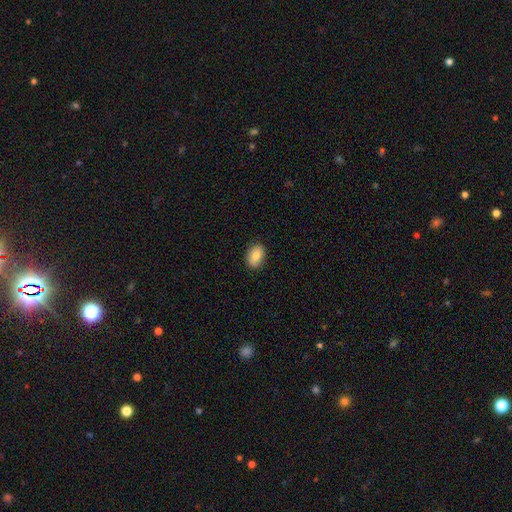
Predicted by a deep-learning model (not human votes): A smooth galaxy with no disk features (83%) that is in between round and cigar-shaped (82%).

Vote fractions:
- Smooth or featured? smooth: 83% / featured or disk: 10% / star or artifact: 8%
- How rounded? in between: 82% / round: 16% / cigar-shaped: 1%
- Merging? none: 86% / minor disturbance: 11% / major disturbance: 2% / merger: 1%